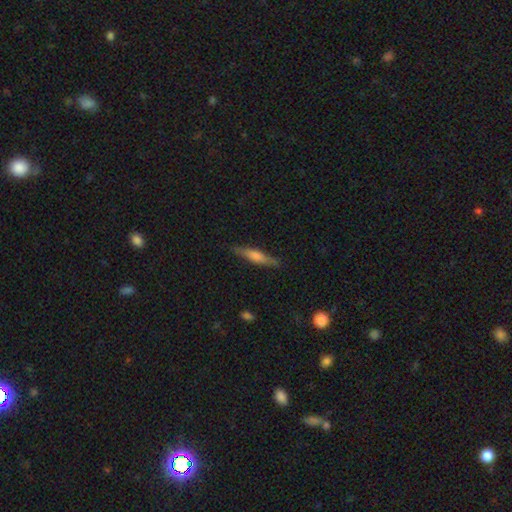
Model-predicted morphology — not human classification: featured or disk 54%, smooth 39%, star or artifact 7%. Down the decision tree: edge-on disk — yes (96%); edge-on bulge — rounded (70%); merging — none (88%).